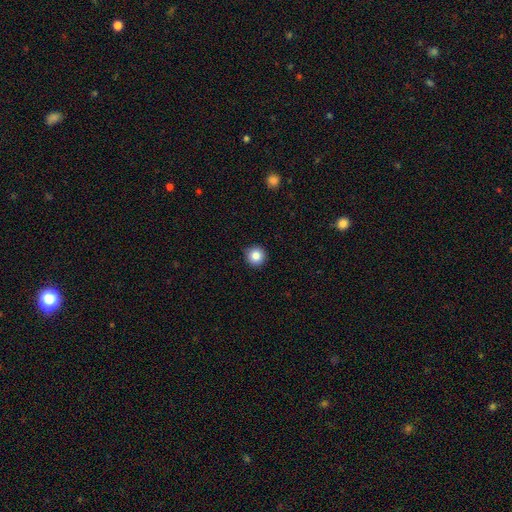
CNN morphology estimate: Smooth or featured? smooth (85%)
How rounded? round (96%)
Merging? none (92%)